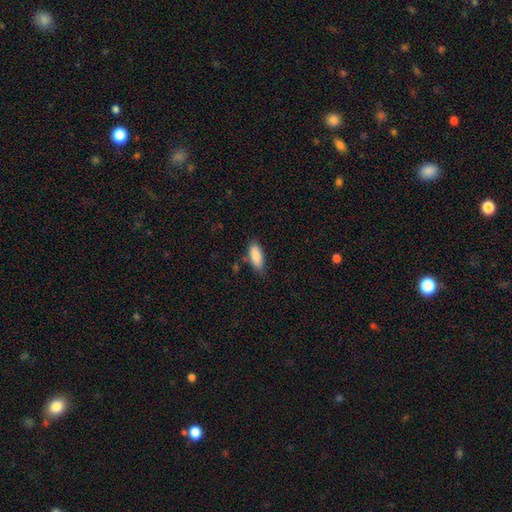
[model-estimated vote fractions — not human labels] Smooth or featured? Predicted: smooth (p=0.88). How rounded? Predicted: in between (p=0.81). Merging? Predicted: none (p=0.73).